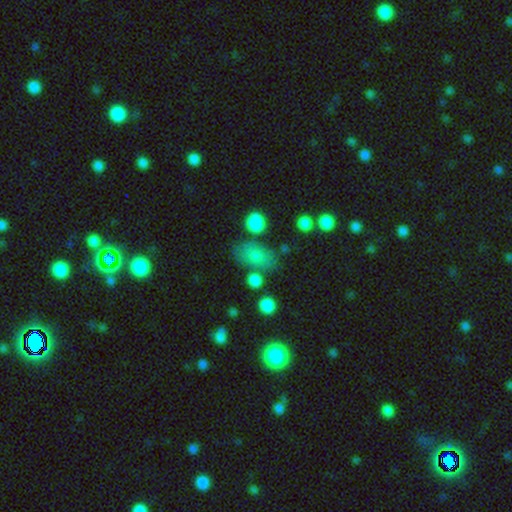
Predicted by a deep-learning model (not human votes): This appears to be a smooth galaxy with no disk features (76%) that is in between round and cigar-shaped (86%). Merging: none (64%).